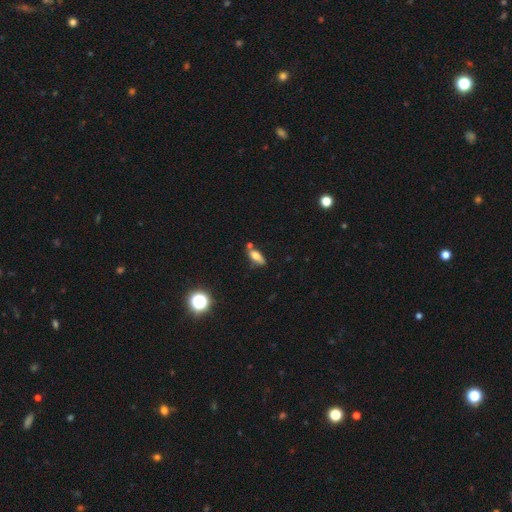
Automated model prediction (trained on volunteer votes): Smooth or featured? Predicted: smooth (p=0.67). How rounded? Predicted: in between (p=0.73). Merging? Predicted: none (p=0.58).